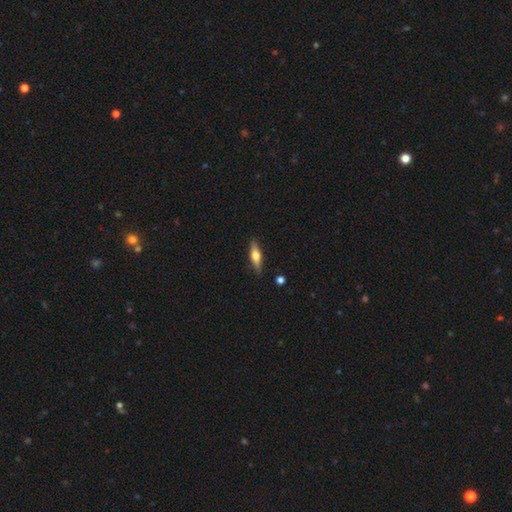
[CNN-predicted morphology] type=smooth (47%, tied with featured or disk); merging=none (87%).